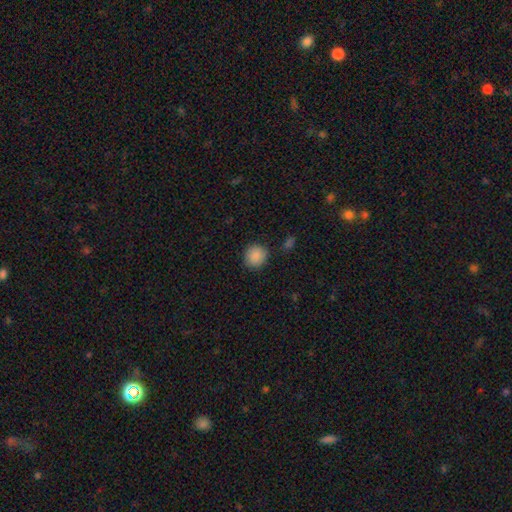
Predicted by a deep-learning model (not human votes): Smooth or featured? Predicted: smooth (p=0.89). How rounded? Predicted: round (p=0.89). Merging? Predicted: none (p=0.87).